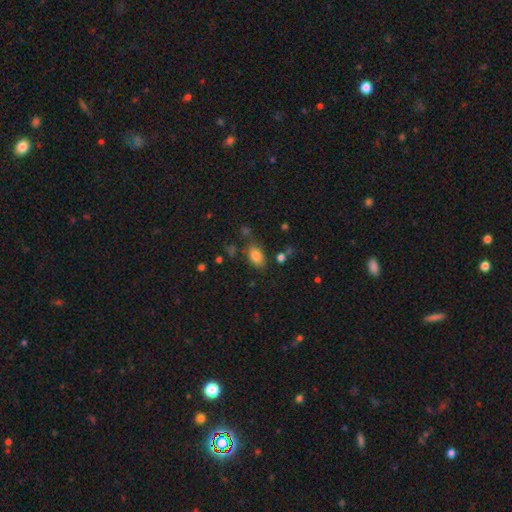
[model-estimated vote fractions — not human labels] The model was most divided on "merging": none: 70%, minor disturbance: 17%, merger: 7%, major disturbance: 6%. More confident: how rounded — in between (88%); smooth or featured — smooth (82%).